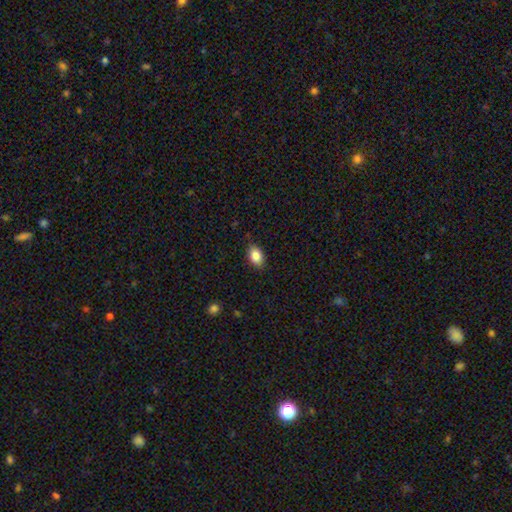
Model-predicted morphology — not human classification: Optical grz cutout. It shows a smooth galaxy with no disk features (85%) that is in between round and cigar-shaped (83%). Merging: none (85%).